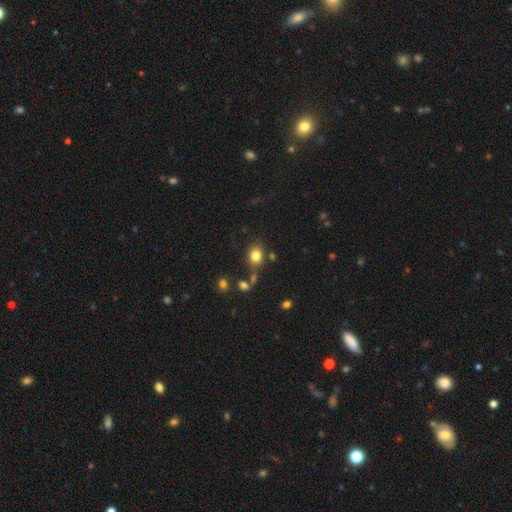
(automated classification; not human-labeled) Smooth or featured?
  - smooth: 81% *
  - star or artifact: 12%
  - featured or disk: 8%
How rounded?
  - round: 50% *
  - in between: 49%
  - cigar-shaped: 1%
Merging?
  - none: 74% *
  - minor disturbance: 14%
  - merger: 8%
  - major disturbance: 4%